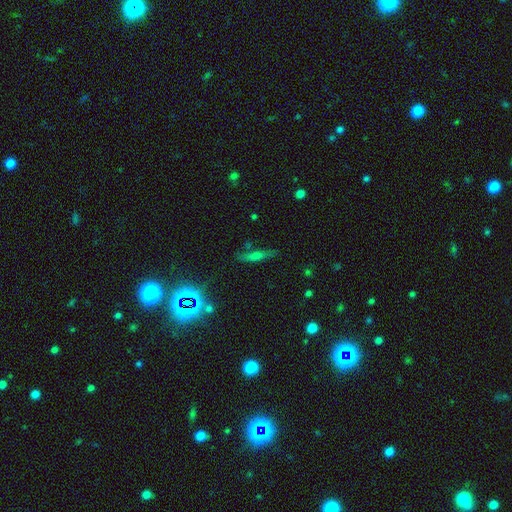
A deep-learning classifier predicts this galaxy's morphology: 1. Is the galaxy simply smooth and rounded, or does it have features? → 44% featured or disk, 32% smooth, 25% star or artifact.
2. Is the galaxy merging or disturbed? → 79% none, 14% minor disturbance, 4% major disturbance, 3% merger.